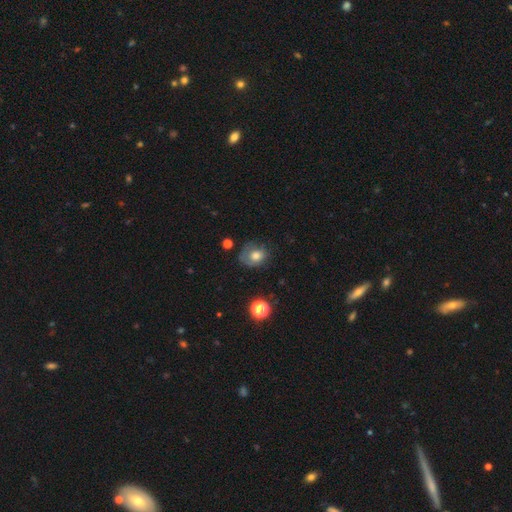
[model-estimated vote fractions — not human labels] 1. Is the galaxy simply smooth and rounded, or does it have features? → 63% smooth, 27% featured or disk, 10% star or artifact.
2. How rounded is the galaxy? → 61% round, 39% in between, 1% cigar-shaped.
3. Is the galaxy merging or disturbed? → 51% none, 28% minor disturbance, 19% major disturbance, 2% merger.